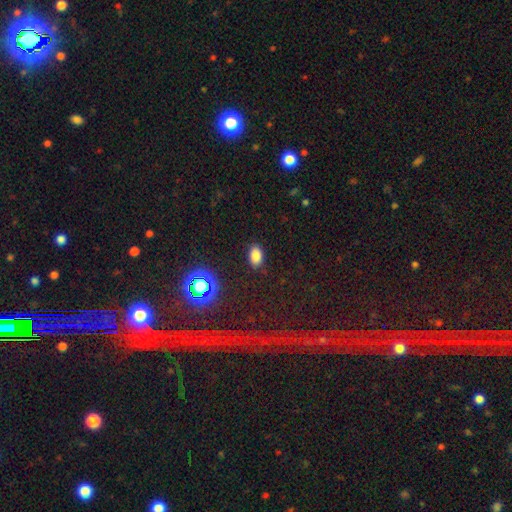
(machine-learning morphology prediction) A smooth galaxy with no disk features (78%) that is in between round and cigar-shaped (89%).

Vote fractions:
- Smooth or featured? smooth: 78% / star or artifact: 17% / featured or disk: 5%
- How rounded? in between: 89% / round: 10% / cigar-shaped: 2%
- Merging? none: 86% / minor disturbance: 10% / major disturbance: 3% / merger: 1%